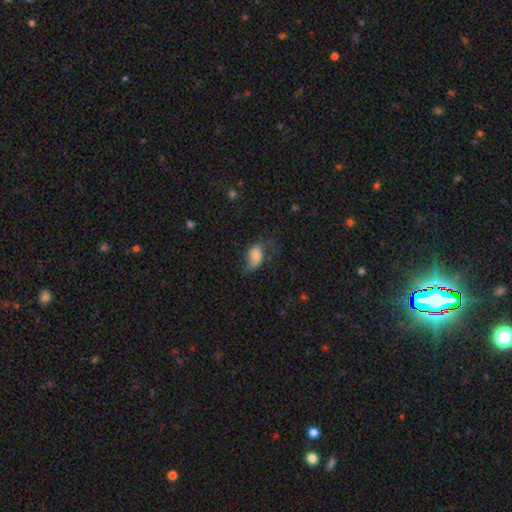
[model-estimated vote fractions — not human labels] A smooth galaxy with no disk features (60%) that is in between round and cigar-shaped (88%). Merging: none (43%).